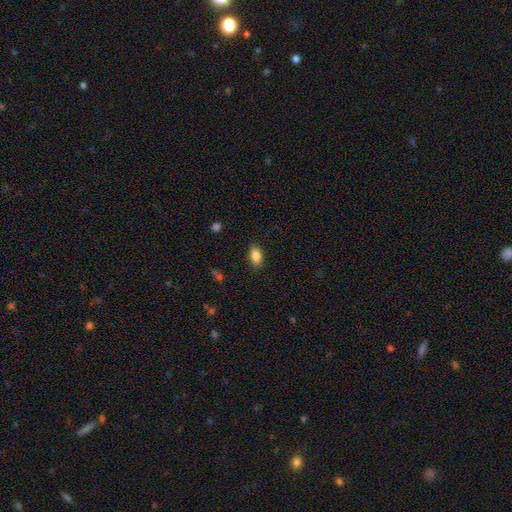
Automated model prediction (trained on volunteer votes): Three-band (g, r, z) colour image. It shows a smooth galaxy with no disk features (86%) that is in between round and cigar-shaped (89%). Merging: none (86%).